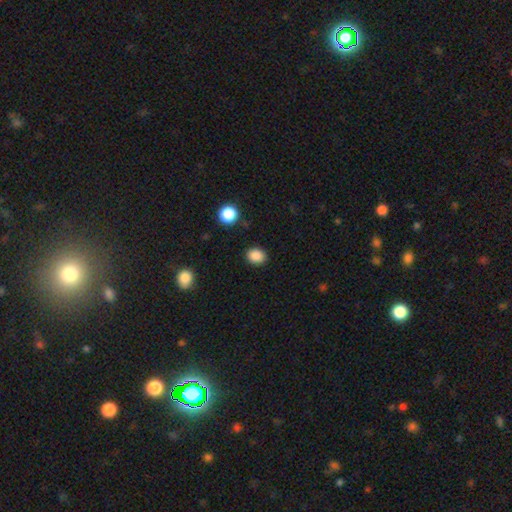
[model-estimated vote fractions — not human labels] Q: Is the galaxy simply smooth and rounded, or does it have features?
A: smooth — 87%.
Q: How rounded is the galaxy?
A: round — 54%.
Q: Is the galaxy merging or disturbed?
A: none — 88%.